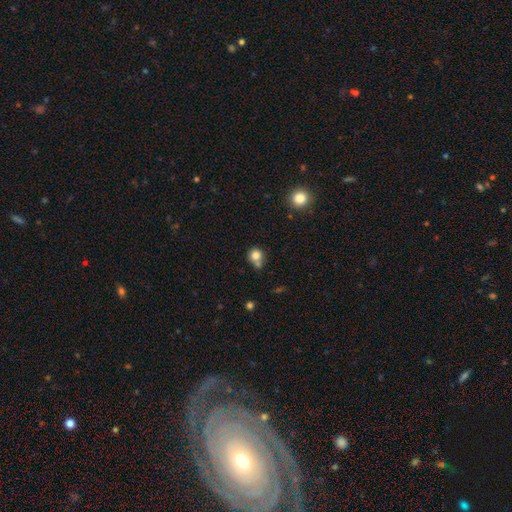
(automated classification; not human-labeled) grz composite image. It shows a smooth galaxy with no disk features (80%) that is round (85%). Merging: none (51%).